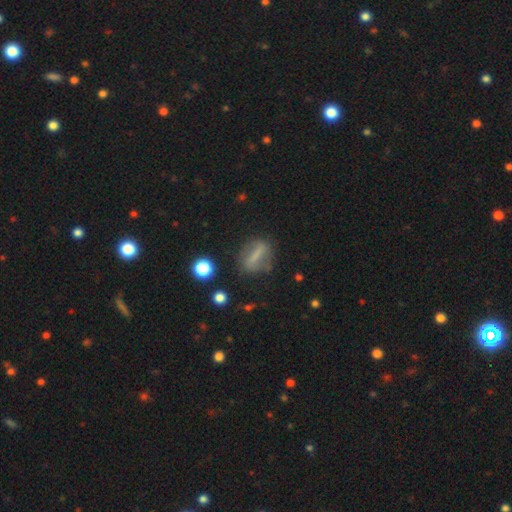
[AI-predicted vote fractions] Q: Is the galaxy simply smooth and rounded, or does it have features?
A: smooth — 47%.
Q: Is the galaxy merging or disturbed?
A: none — 74%.